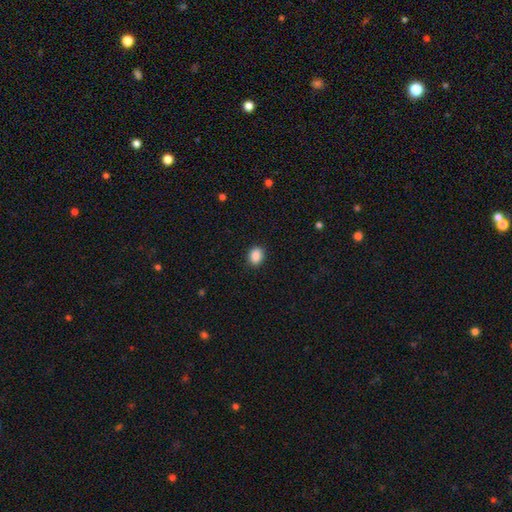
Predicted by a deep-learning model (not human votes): A smooth galaxy with no disk features (89%) that is in between round and cigar-shaped (56%). Merging: none (89%).